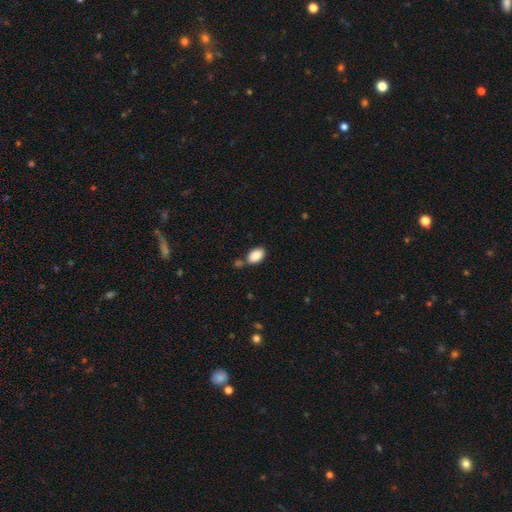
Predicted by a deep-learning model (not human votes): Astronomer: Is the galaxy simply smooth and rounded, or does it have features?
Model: smooth — 88%.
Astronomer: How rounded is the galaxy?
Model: in between — 91%.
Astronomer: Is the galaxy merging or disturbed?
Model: none — 64%.